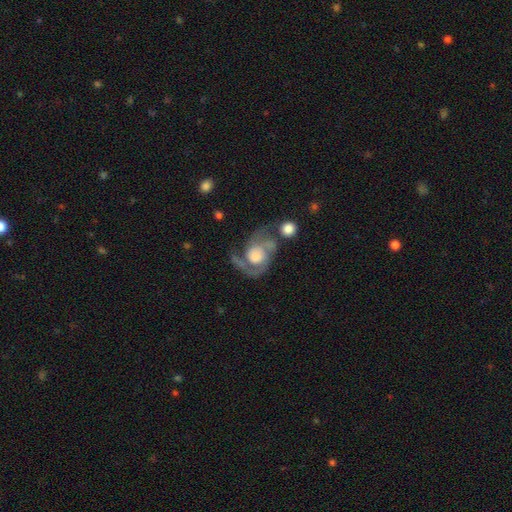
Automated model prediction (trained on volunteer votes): The model was most divided on "bulge size": large: 45%, moderate: 28%, small: 12%, none: 9%, dominant: 6%. Remaining: edge-on disk — no (98%); spiral arms — yes (94%); smooth or featured — featured or disk (85%); spiral arm count — 2 (80%); bar — no (76%); spiral winding — medium (49%); merging — none (43%).